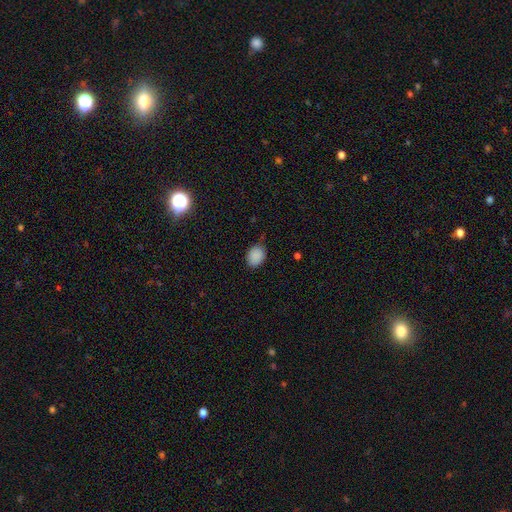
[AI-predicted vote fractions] This appears to be a smooth galaxy with no disk features (88%) that is in between round and cigar-shaped (59%). Merging: none (77%).